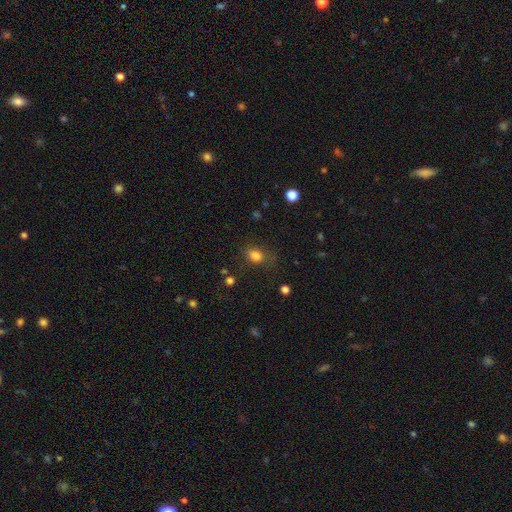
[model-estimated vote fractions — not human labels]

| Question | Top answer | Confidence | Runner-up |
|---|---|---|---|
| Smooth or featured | smooth | 81% | star or artifact (12%) |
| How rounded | in between | 63% | round (36%) |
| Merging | none | 71% | minor disturbance (19%) |